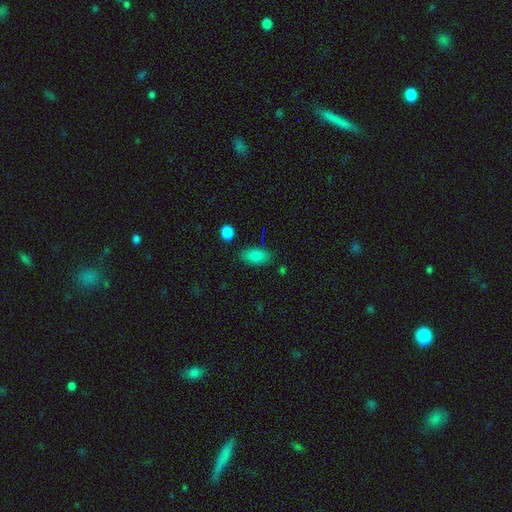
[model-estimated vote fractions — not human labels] smooth-or-featured: smooth: 85% | star or artifact: 8% | featured or disk: 7%
  how-rounded: in between: 90% | cigar-shaped: 6% | round: 4%
  merging: none: 79% | minor disturbance: 14% | merger: 4% | major disturbance: 4%